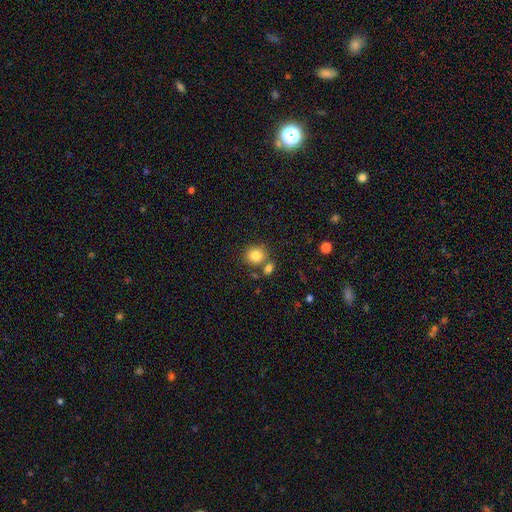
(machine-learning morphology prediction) smooth 83%, star or artifact 10%, featured or disk 7%. Down the decision tree: how rounded — round (79%); merging — none (67%).